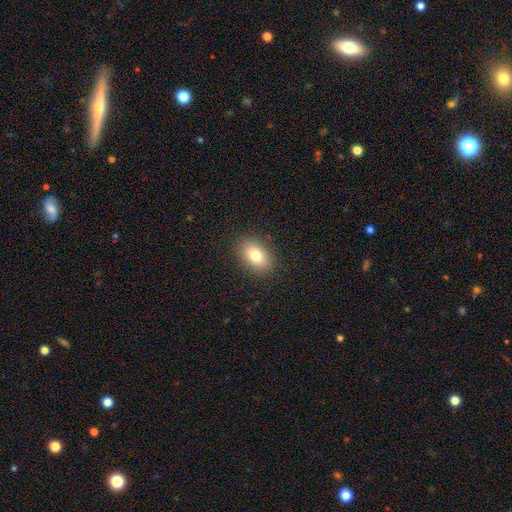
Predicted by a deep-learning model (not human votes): The model was most divided on "how rounded": in between: 80%, round: 18%, cigar-shaped: 1%. More confident: merging — none (88%); smooth or featured — smooth (80%).